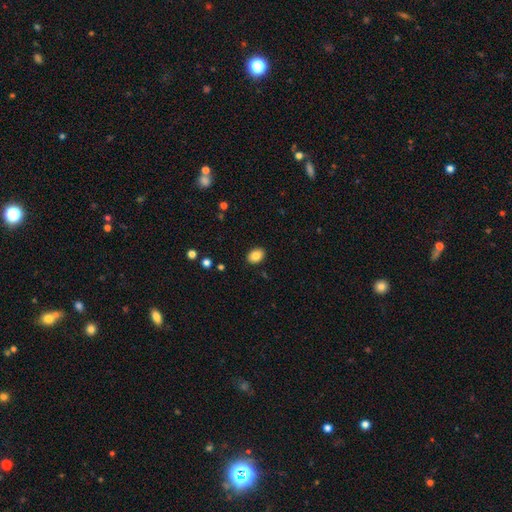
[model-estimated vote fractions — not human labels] Smooth or featured?
  - smooth: 86% *
  - star or artifact: 8%
  - featured or disk: 6%
How rounded?
  - in between: 70% *
  - round: 29%
  - cigar-shaped: 1%
Merging?
  - none: 89% *
  - minor disturbance: 8%
  - major disturbance: 2%
  - merger: 1%